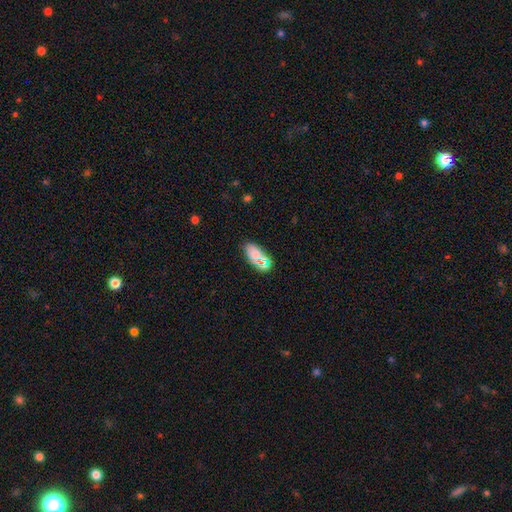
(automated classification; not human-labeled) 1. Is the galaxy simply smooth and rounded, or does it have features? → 72% smooth, 17% star or artifact, 10% featured or disk.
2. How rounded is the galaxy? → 89% in between, 6% round, 4% cigar-shaped.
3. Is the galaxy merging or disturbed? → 77% none, 14% minor disturbance, 5% merger, 4% major disturbance.